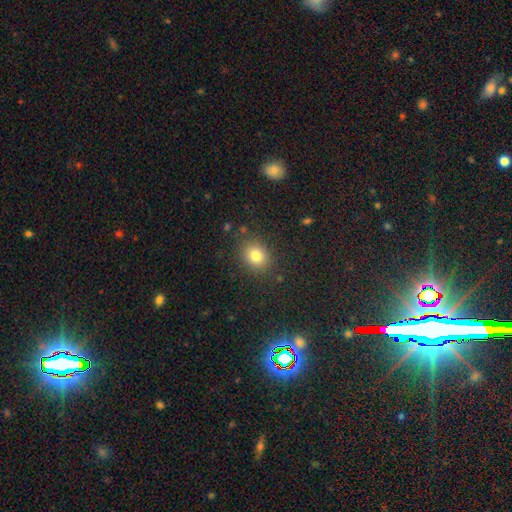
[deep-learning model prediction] smooth-or-featured: smooth: 80% | star or artifact: 13% | featured or disk: 7%
  how-rounded: round: 65% | in between: 34% | cigar-shaped: 1%
  merging: none: 85% | minor disturbance: 9% | major disturbance: 4% | merger: 2%